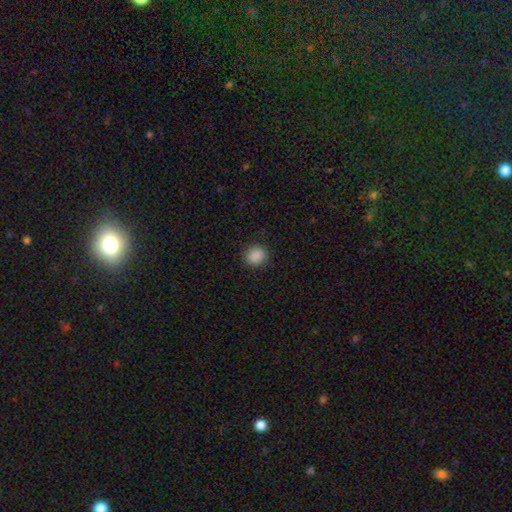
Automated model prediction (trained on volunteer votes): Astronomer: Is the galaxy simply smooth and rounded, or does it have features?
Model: smooth — 89%.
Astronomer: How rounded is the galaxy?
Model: round — 70%.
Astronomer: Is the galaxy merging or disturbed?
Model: none — 88%.